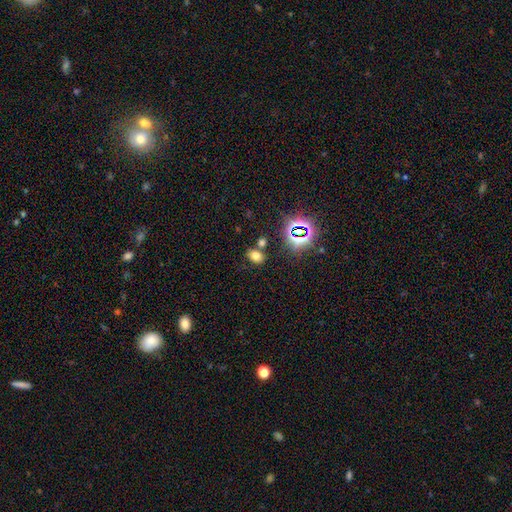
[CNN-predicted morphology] Smooth or featured: smooth — 67% (star or artifact — 24%)
How rounded: in between — 70% (round — 29%)
Merging: none — 71% (merger — 14%)